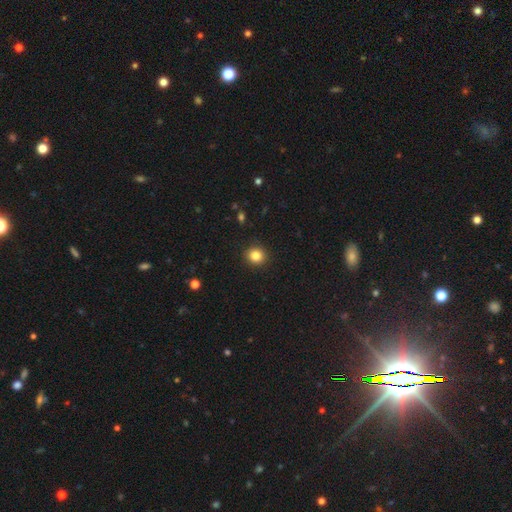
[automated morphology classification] This is clearly a smooth galaxy (84%). How rounded: clearly round (87%). Merging: clearly none (92%).